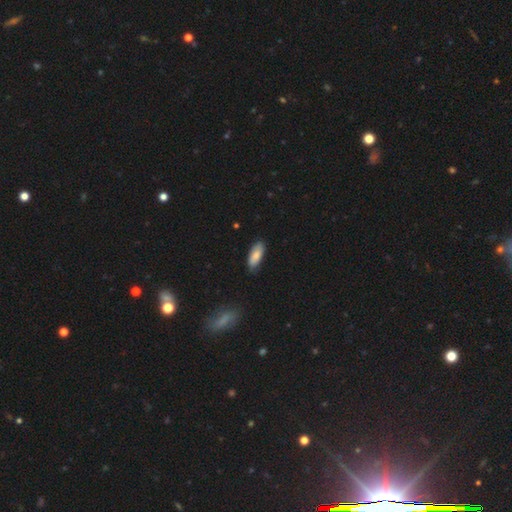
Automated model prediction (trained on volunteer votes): smooth 82%, featured or disk 12%, star or artifact 6%. Down the decision tree: how rounded — in between (82%); merging — none (75%).